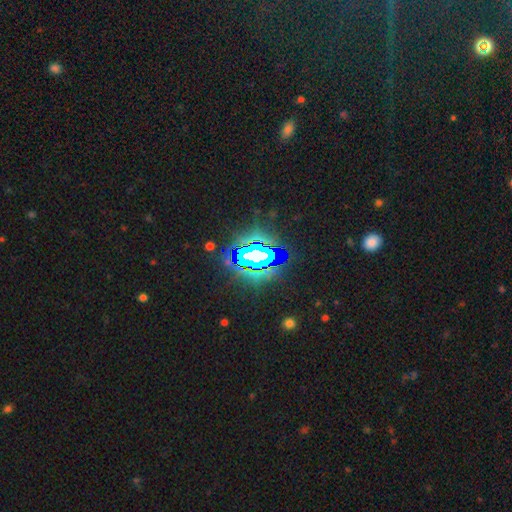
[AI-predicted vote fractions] star or artifact 71%, featured or disk 16%, smooth 13%.